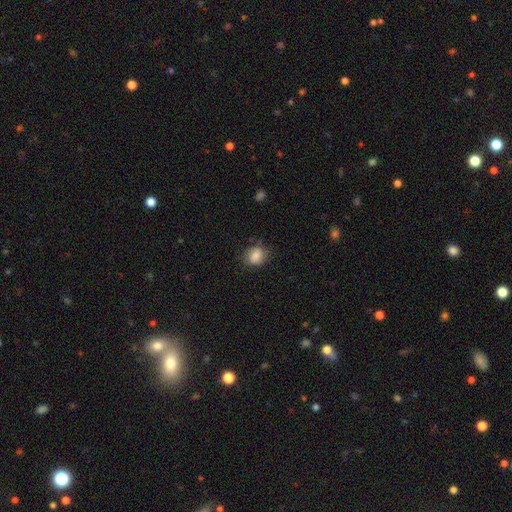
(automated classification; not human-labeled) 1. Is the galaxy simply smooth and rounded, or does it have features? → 82% smooth, 10% featured or disk, 9% star or artifact.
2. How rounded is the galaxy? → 60% round, 39% in between, 1% cigar-shaped.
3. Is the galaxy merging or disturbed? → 74% none, 19% minor disturbance, 5% major disturbance, 2% merger.